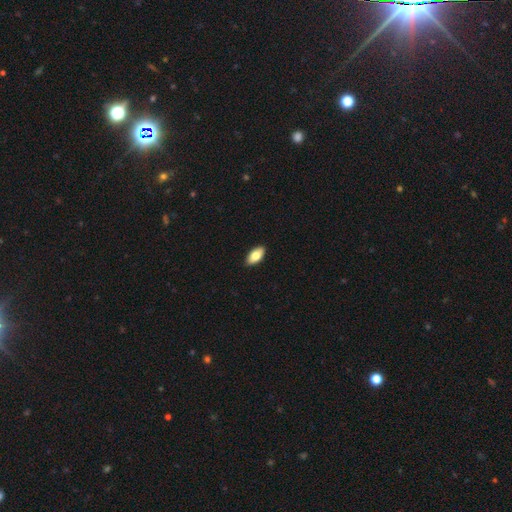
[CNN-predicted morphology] Q: Smooth or featured?
A: smooth (78%); runner-up: featured or disk (16%)
Q: How rounded?
A: in between (91%); runner-up: cigar-shaped (6%)
Q: Merging?
A: none (90%); runner-up: minor disturbance (7%)